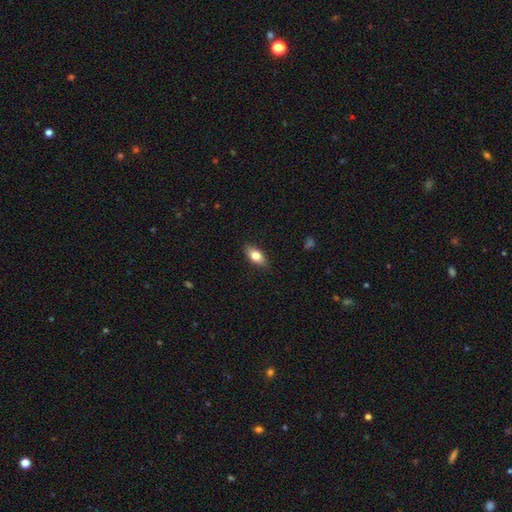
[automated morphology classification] smooth 77%, featured or disk 16%, star or artifact 7%. Down the decision tree: how rounded — in between (86%); merging — none (87%).